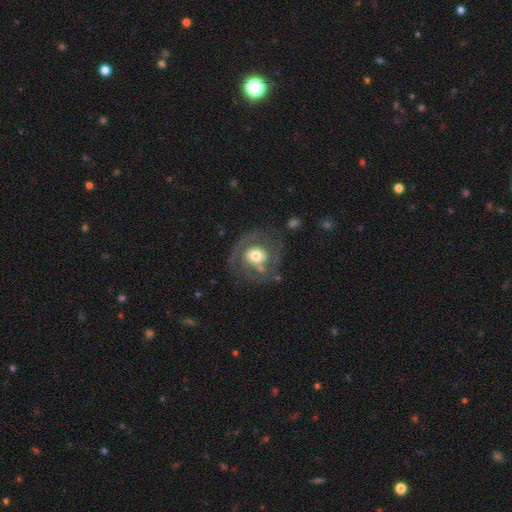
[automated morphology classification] smooth-or-featured: featured or disk: 69% | smooth: 25% | star or artifact: 7%
  disk-edge-on: no: 97% | yes: 3%
    bar: no: 70% | weak: 22% | strong: 8%
    has-spiral-arms: yes: 73% | no: 27%
    bulge-size: moderate: 60% | large: 27% | small: 9% | dominant: 2% | none: 1%
  merging: none: 63% | minor disturbance: 19% | major disturbance: 15% | merger: 4%